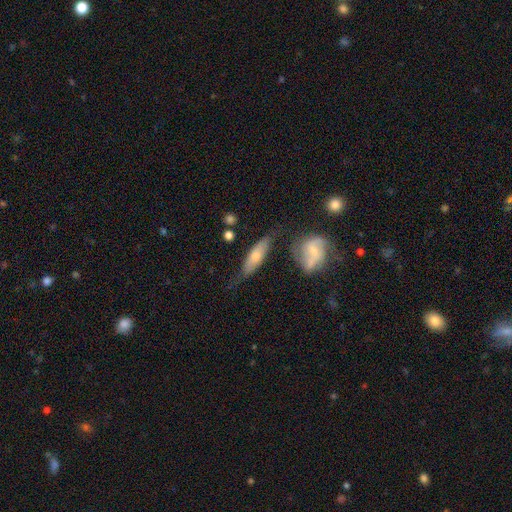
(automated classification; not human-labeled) The model was most divided on "how rounded": cigar-shaped: 54%, in between: 43%, round: 3%. More confident: merging — none (63%); smooth or featured — smooth (57%).